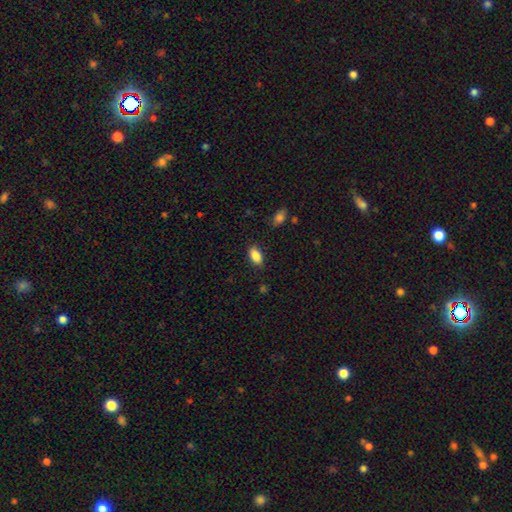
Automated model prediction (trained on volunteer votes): Smooth or featured? Predicted: smooth (p=0.87). How rounded? Predicted: in between (p=0.91). Merging? Predicted: none (p=0.85).